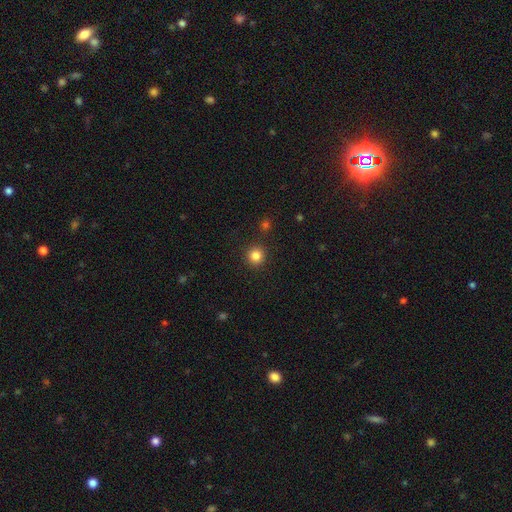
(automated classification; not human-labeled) smooth 83%, star or artifact 12%, featured or disk 5%. Down the decision tree: how rounded — round (94%); merging — none (90%).